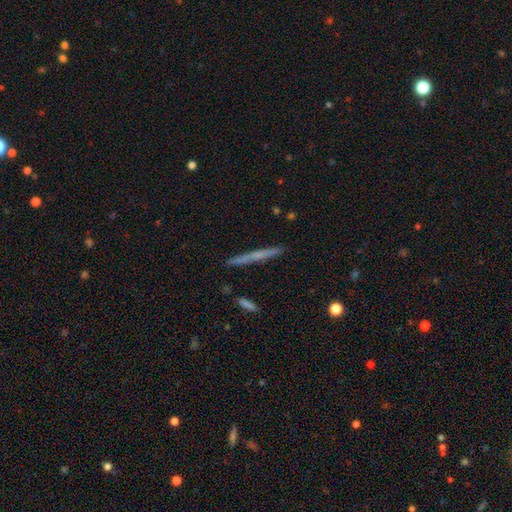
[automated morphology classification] featured or disk 53%, smooth 40%, star or artifact 7%. Down the decision tree: edge-on disk — yes (97%); edge-on bulge — none (69%); merging — none (90%).